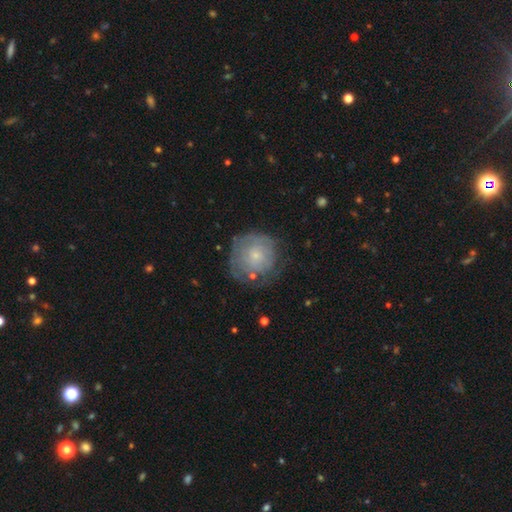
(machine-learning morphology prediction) type=smooth (47%); merging=none (62%).